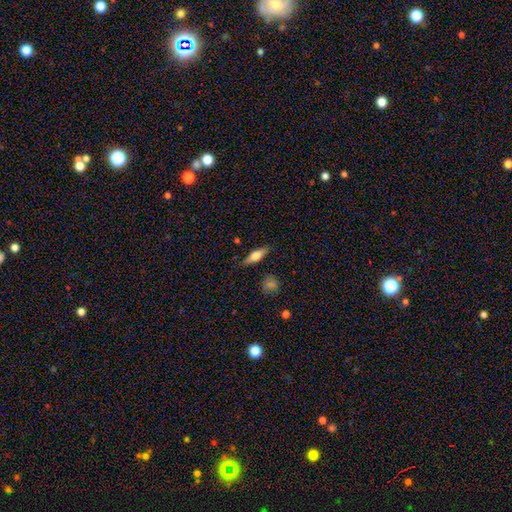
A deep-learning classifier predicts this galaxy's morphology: Overall: smooth (58%; featured or disk 35%). How rounded: cigar-shaped (48%, tied with in between). Merging: none (83%).